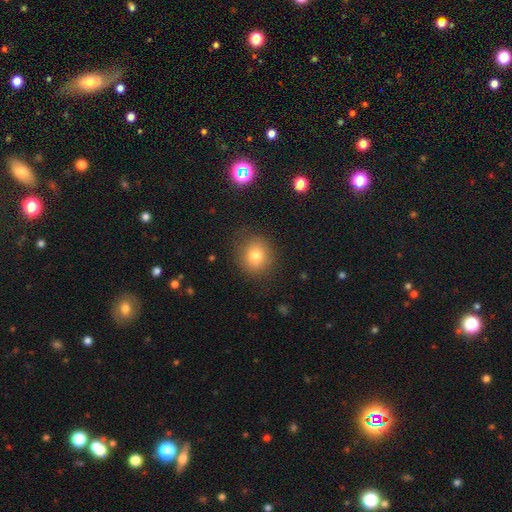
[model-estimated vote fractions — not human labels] Smooth or featured? smooth (78%)
How rounded? round (74%)
Merging? none (82%)